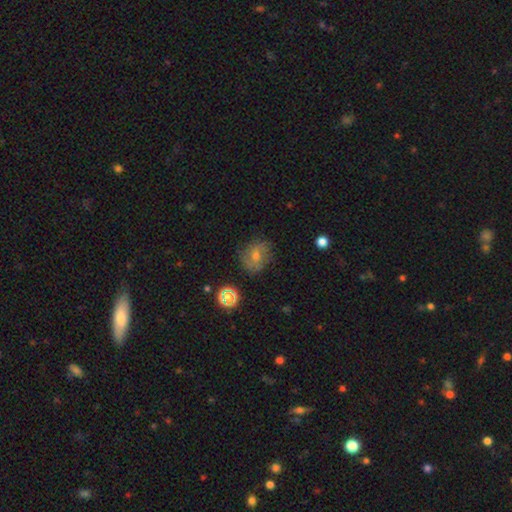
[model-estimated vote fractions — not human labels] smooth 43%, featured or disk 38%, star or artifact 19%. Down the decision tree: merging — none (76%).